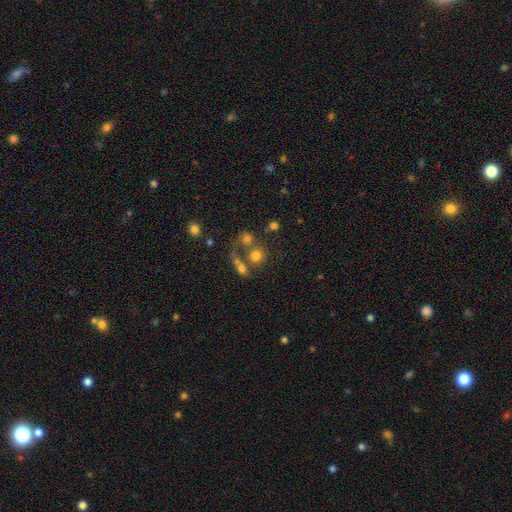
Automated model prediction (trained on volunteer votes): smooth-or-featured: smooth: 72% | star or artifact: 15% | featured or disk: 13%
  how-rounded: round: 85% | in between: 14% | cigar-shaped: 1%
  merging: none: 51% | merger: 32% | minor disturbance: 9% | major disturbance: 8%